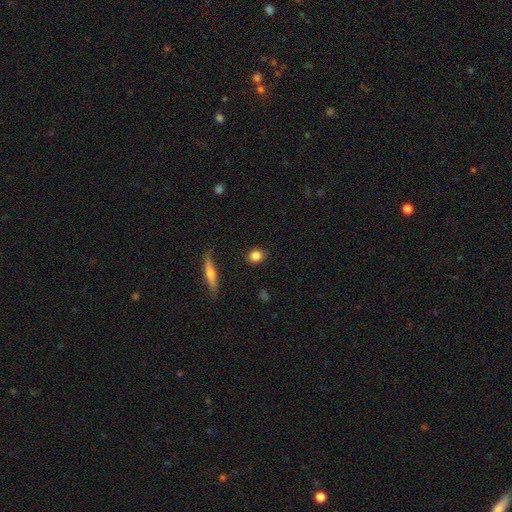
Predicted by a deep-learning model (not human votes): smooth-or-featured: smooth: 84% | star or artifact: 9% | featured or disk: 8%
  how-rounded: round: 66% | in between: 31% | cigar-shaped: 4%
  merging: none: 88% | minor disturbance: 9% | major disturbance: 2% | merger: 1%